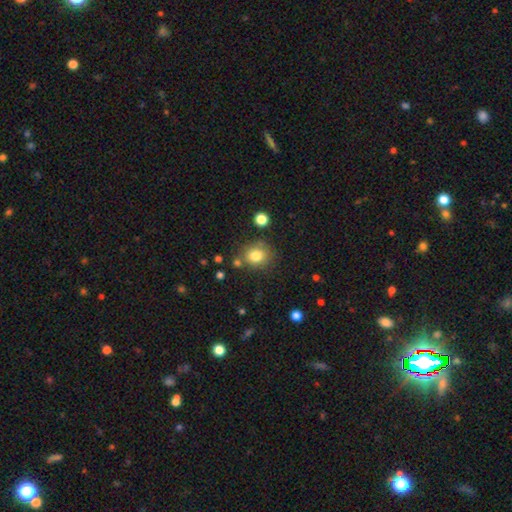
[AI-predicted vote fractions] The model was most divided on "how rounded": round: 77%, in between: 22%, cigar-shaped: 1%. More confident: smooth or featured — smooth (81%); merging — none (75%).